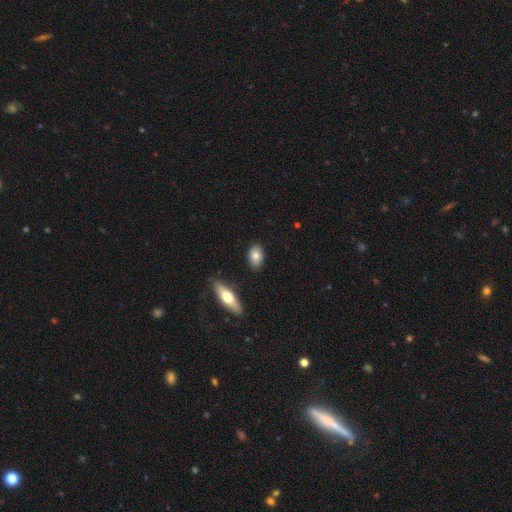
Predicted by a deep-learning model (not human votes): This is likely a smooth galaxy (78%). How rounded: clearly in between (86%). Merging: clearly none (85%).